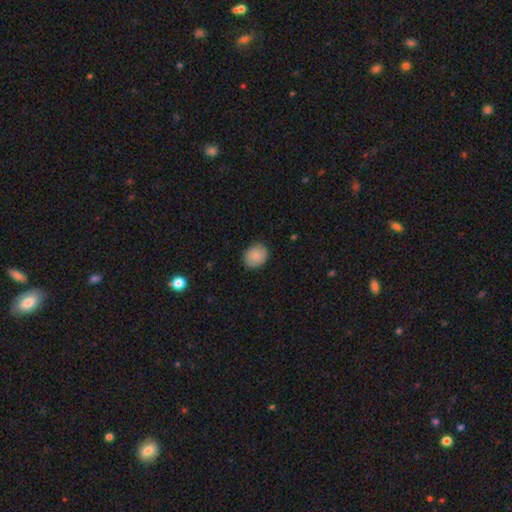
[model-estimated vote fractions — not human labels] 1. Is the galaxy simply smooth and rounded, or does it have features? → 87% smooth, 7% star or artifact, 5% featured or disk.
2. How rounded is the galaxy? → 54% round, 45% in between, 1% cigar-shaped.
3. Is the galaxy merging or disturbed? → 85% none, 11% minor disturbance, 2% major disturbance, 1% merger.